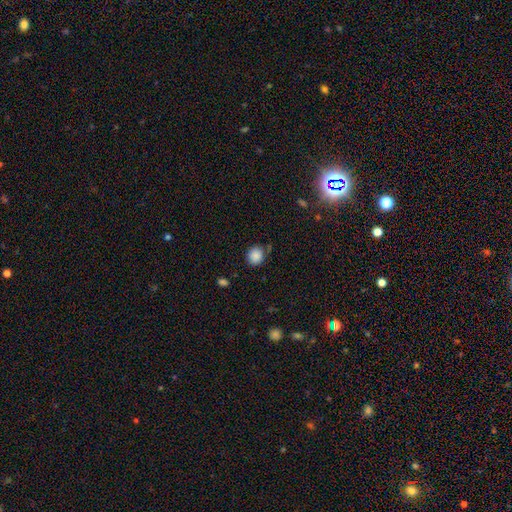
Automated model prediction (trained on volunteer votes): Smooth or featured? Predicted: smooth (p=0.88). How rounded? Predicted: round (p=0.84). Merging? Predicted: none (p=0.80).